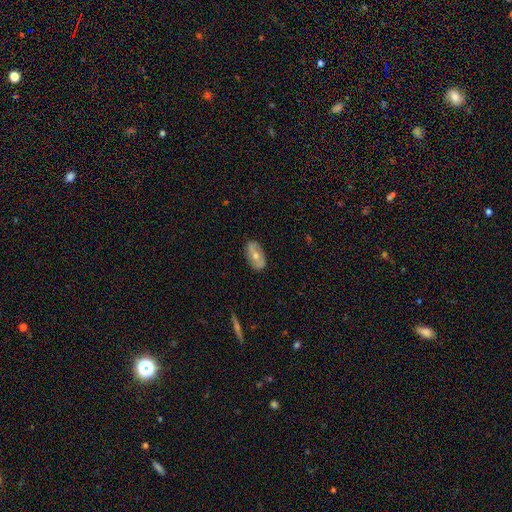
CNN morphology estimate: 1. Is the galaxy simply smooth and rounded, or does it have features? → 47% featured or disk, 46% smooth, 7% star or artifact.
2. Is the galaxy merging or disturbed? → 84% none, 13% minor disturbance, 3% major disturbance, 1% merger.